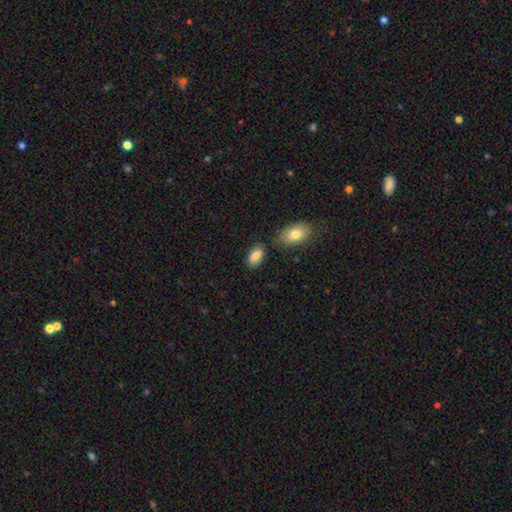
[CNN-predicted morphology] type=smooth (83%); roundness=in between (92%); merging=none (74%).